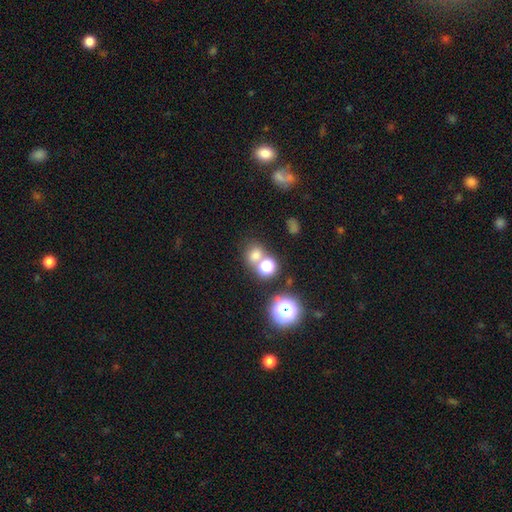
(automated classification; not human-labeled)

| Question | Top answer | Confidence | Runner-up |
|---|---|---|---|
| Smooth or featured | smooth | 67% | star or artifact (24%) |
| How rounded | round | 74% | in between (25%) |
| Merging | none | 57% | merger (30%) |